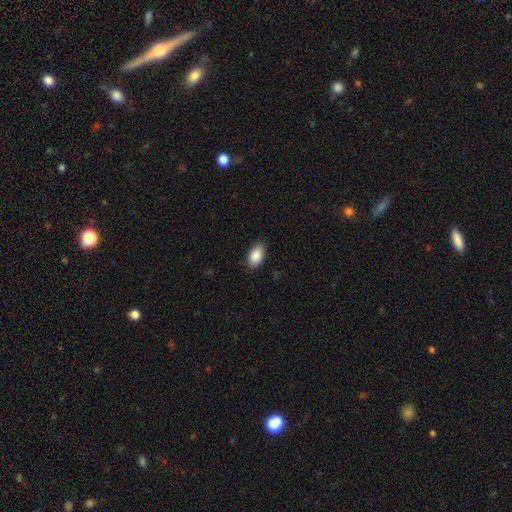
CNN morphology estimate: Smooth or featured?
  - smooth: 89% *
  - star or artifact: 7%
  - featured or disk: 4%
How rounded?
  - in between: 94% *
  - round: 4%
  - cigar-shaped: 2%
Merging?
  - none: 86% *
  - minor disturbance: 11%
  - major disturbance: 2%
  - merger: 1%